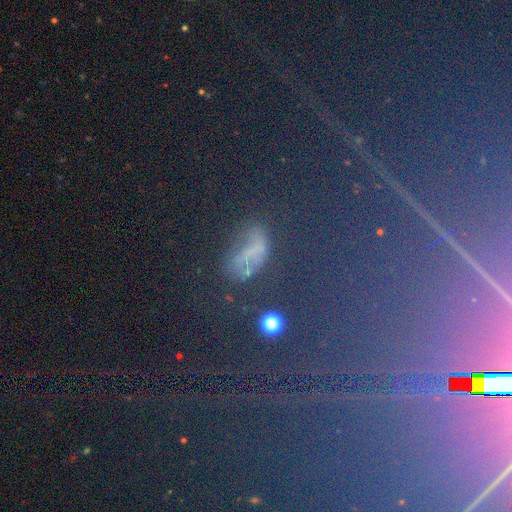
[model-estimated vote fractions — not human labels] star or artifact 55%, smooth 27%, featured or disk 17%.